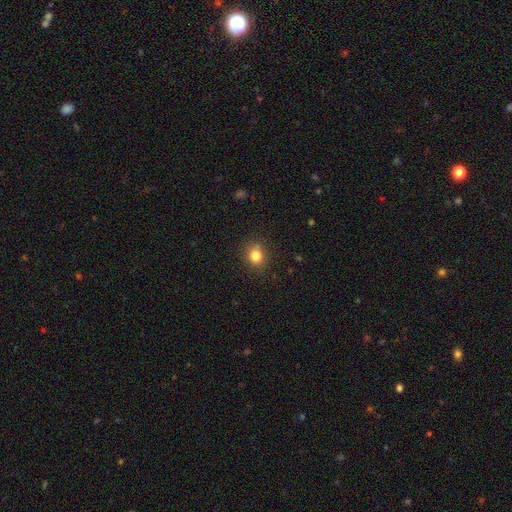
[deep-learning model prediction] A smooth galaxy with no disk features (81%) that is round (72%). Merging: none (83%).